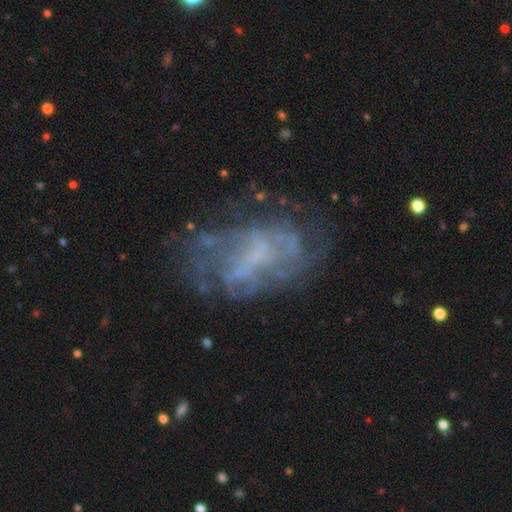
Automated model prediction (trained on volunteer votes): featured or disk 72%, smooth 16%, star or artifact 13%. Down the decision tree: edge-on disk — no (97%); bar — no (55%); spiral arms — yes (58%); bulge size — none (62%); merging — none (55%).